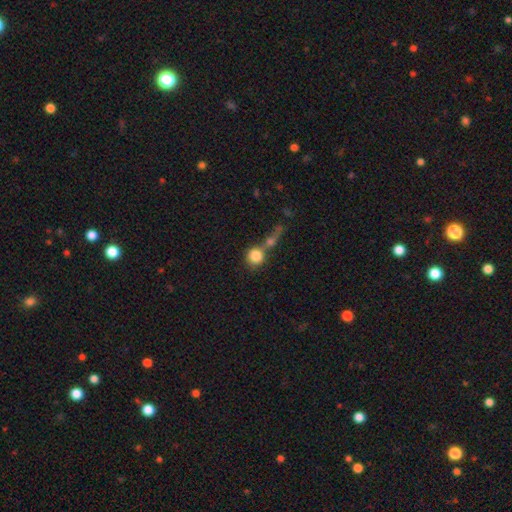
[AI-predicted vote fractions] This appears to be a smooth galaxy with no disk features (81%) that is round (88%). Merging: merger (45%).